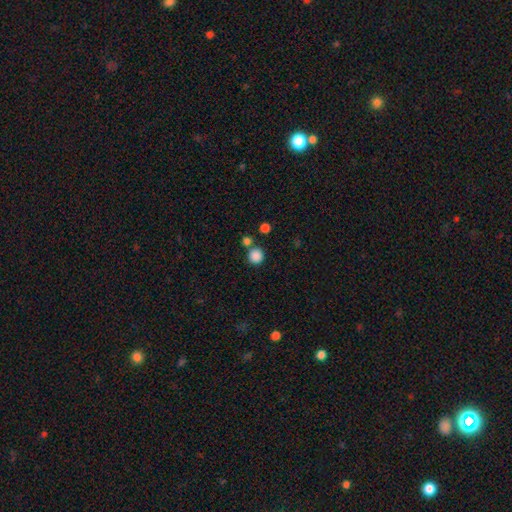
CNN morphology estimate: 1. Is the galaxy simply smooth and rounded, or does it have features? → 86% smooth, 10% star or artifact, 3% featured or disk.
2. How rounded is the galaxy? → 93% round, 6% in between, 1% cigar-shaped.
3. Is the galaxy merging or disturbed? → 75% none, 14% merger, 8% minor disturbance, 3% major disturbance.